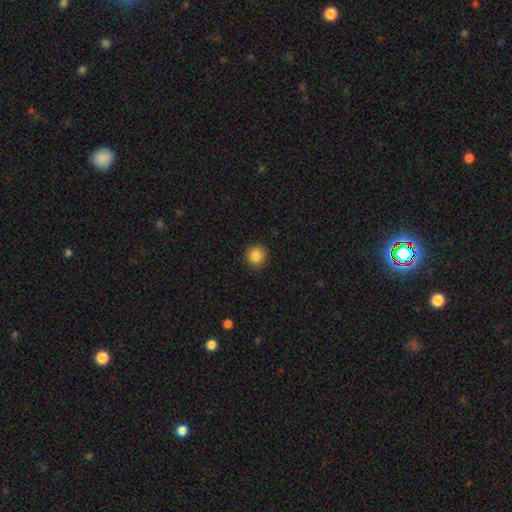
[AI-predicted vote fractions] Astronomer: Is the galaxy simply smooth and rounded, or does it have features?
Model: smooth — 86%.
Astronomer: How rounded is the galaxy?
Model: round — 93%.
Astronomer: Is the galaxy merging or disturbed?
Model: none — 91%.